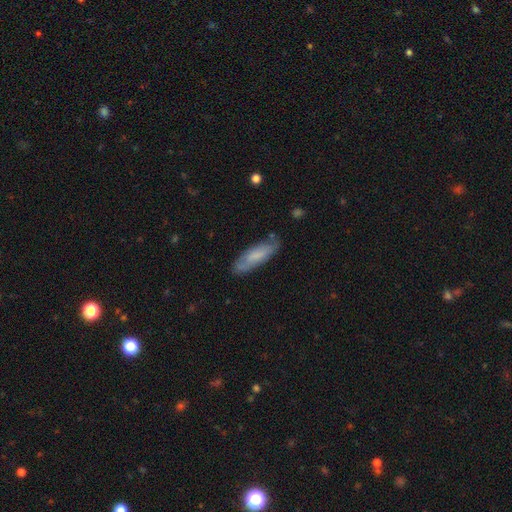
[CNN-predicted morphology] This is likely a smooth galaxy (66%). How rounded: possibly cigar-shaped (54%). Merging: likely none (76%).